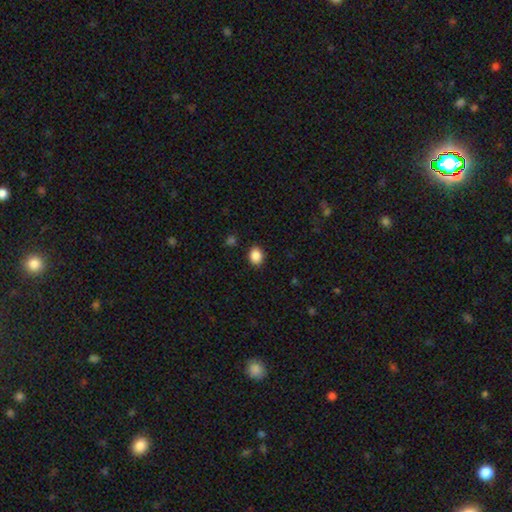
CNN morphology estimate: Smooth or featured? Predicted: smooth (p=0.87). How rounded? Predicted: round (p=0.58). Merging? Predicted: none (p=0.89).